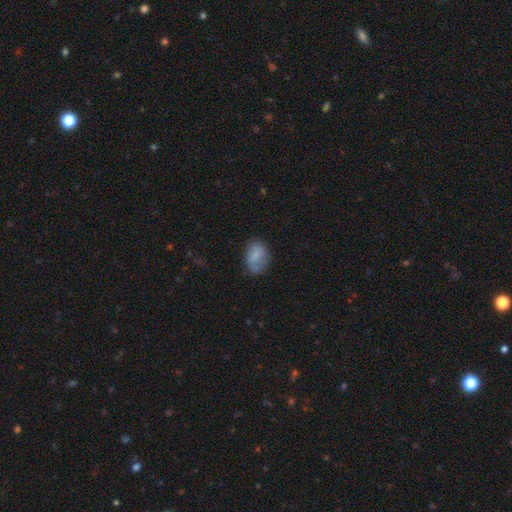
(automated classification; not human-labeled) Smooth or featured: smooth — 75% (featured or disk — 17%)
How rounded: in between — 78% (round — 21%)
Merging: none — 61% (minor disturbance — 27%)